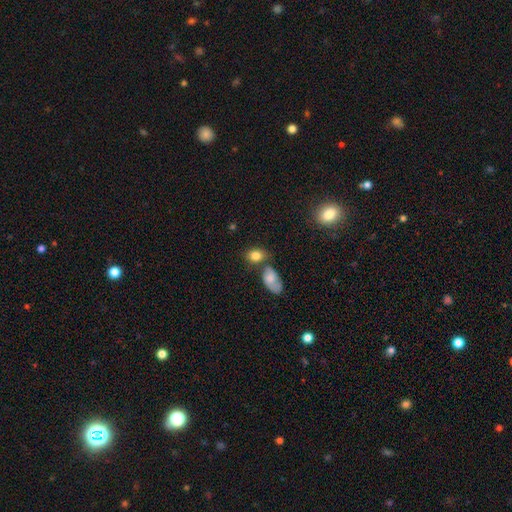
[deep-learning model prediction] This is clearly a smooth galaxy (81%). How rounded: likely in between (73%). Merging: possibly none (54%).